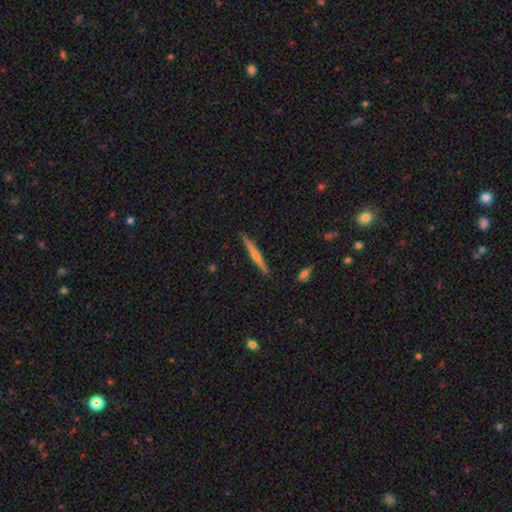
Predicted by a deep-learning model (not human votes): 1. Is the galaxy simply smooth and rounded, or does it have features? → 49% smooth, 45% featured or disk, 6% star or artifact.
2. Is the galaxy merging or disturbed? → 86% none, 10% minor disturbance, 2% major disturbance, 2% merger.